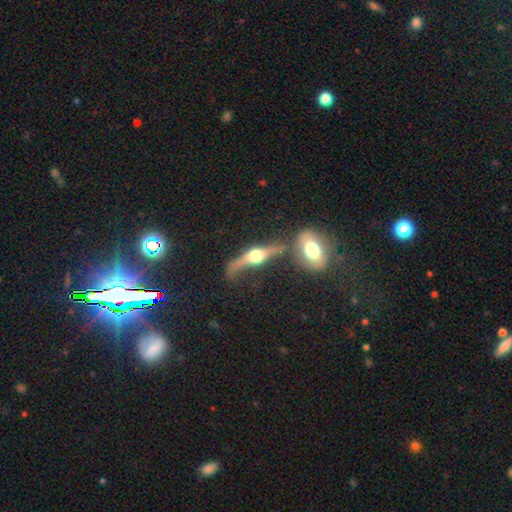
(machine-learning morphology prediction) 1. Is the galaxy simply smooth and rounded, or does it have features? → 80% featured or disk, 13% smooth, 7% star or artifact.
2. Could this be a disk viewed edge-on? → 85% yes, 15% no.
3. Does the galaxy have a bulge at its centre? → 96% rounded, 3% boxy, 2% none.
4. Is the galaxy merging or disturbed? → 52% none, 20% merger, 16% minor disturbance, 12% major disturbance.